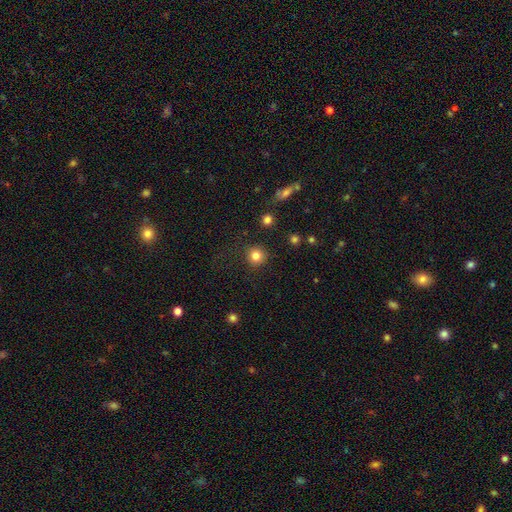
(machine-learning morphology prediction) A smooth galaxy with no disk features (82%) that is round (94%). Merging: none (89%).